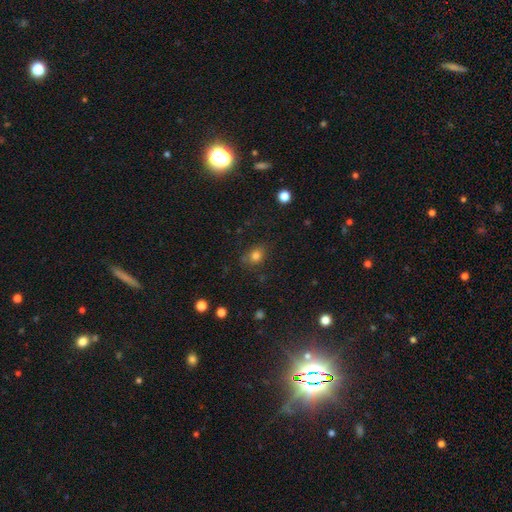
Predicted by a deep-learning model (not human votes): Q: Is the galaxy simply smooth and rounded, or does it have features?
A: smooth — 79%.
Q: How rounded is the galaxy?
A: round — 51%.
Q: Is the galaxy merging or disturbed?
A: none — 73%.